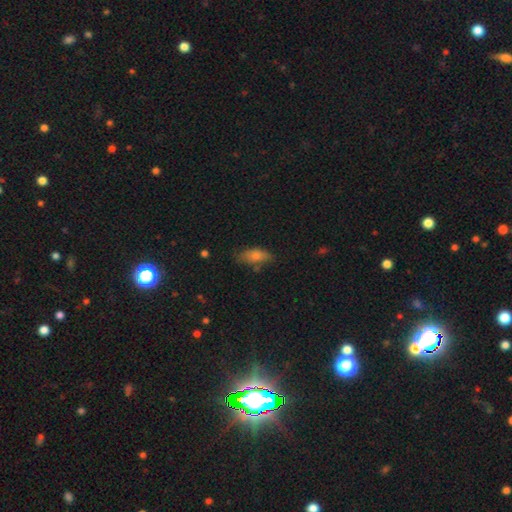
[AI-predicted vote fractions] A smooth galaxy with no disk features (66%) that is in between round and cigar-shaped (74%). Merging: none (75%).